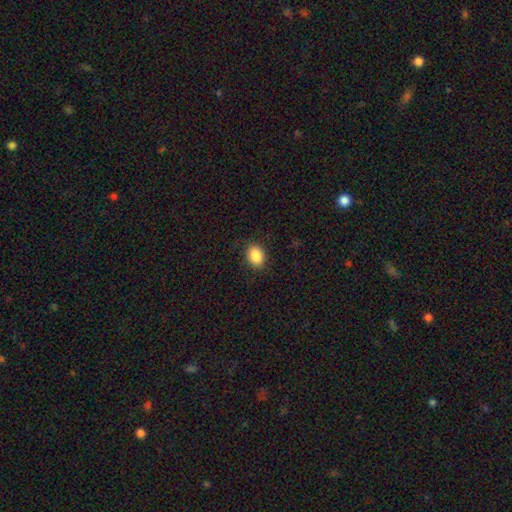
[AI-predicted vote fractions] A smooth galaxy with no disk features (88%) that is in between round and cigar-shaped (70%). Merging: none (84%).